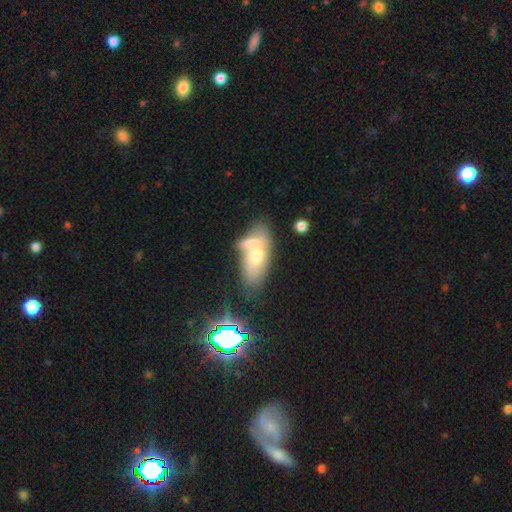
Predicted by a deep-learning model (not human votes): Smooth or featured: smooth — 59% (featured or disk — 32%)
How rounded: in between — 85% (cigar-shaped — 8%)
Merging: merger — 58% (none — 22%)